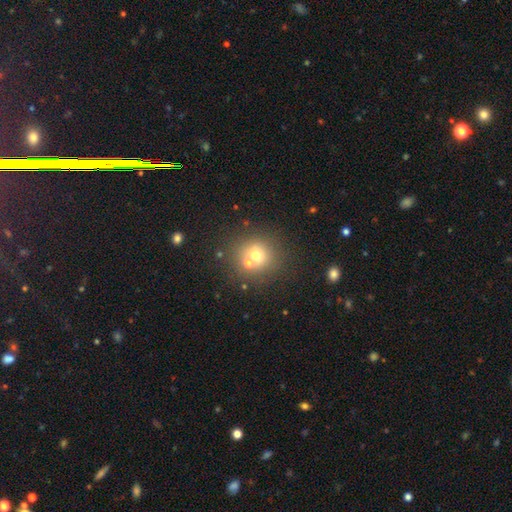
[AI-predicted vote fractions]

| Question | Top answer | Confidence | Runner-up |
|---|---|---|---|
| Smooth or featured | smooth | 66% | featured or disk (18%) |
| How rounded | round | 88% | in between (11%) |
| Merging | none | 58% | merger (29%) |